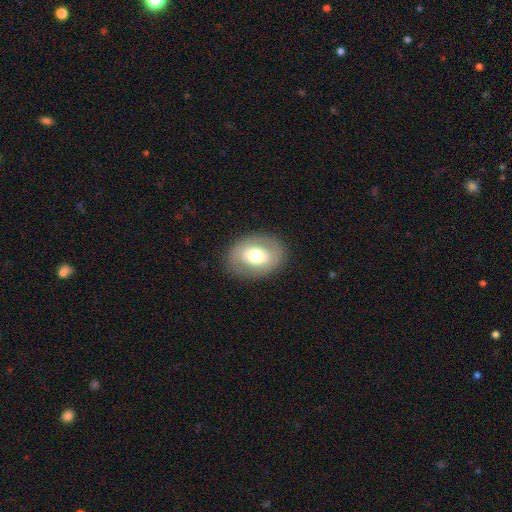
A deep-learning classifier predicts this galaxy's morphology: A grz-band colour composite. It shows a smooth galaxy with no disk features (57%) that is in between round and cigar-shaped (64%). Merging: none (85%).